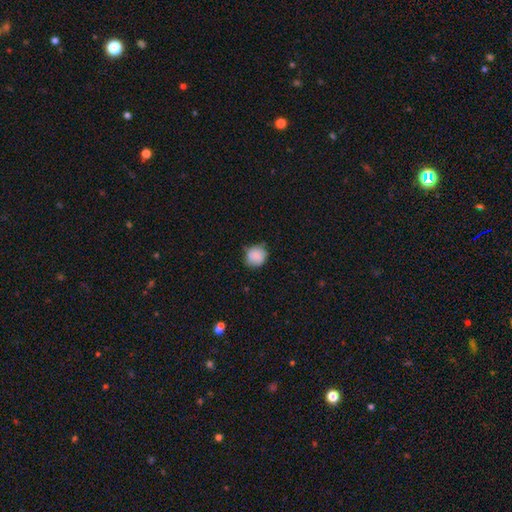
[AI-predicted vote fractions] A smooth galaxy with no disk features (85%) that is round (83%). Merging: none (70%).